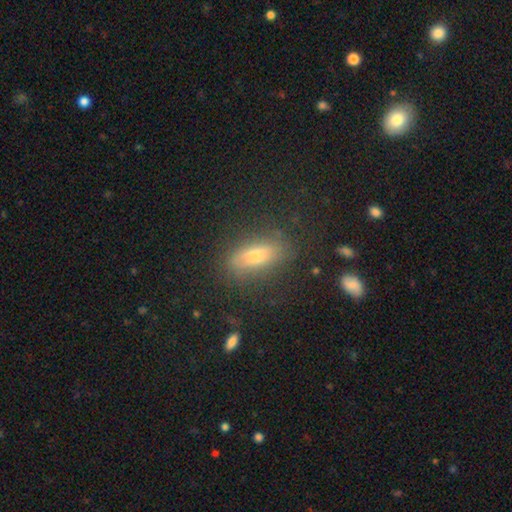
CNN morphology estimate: Smooth or featured? Predicted: smooth (p=0.61). How rounded? Predicted: in between (p=0.66). Merging? Predicted: none (p=0.77).